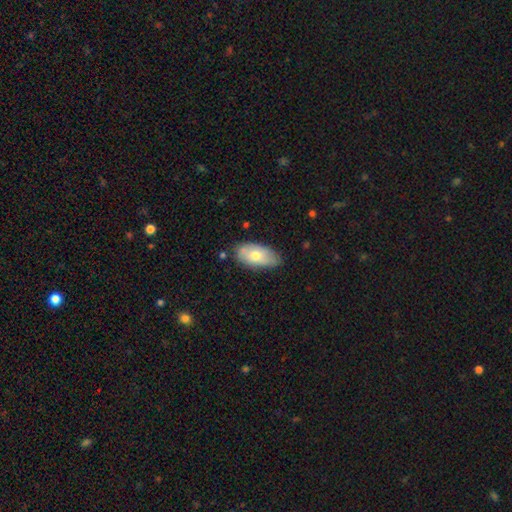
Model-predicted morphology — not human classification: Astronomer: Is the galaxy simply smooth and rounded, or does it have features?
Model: smooth — 70%.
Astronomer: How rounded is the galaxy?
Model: in between — 93%.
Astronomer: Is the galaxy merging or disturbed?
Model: none — 74%.